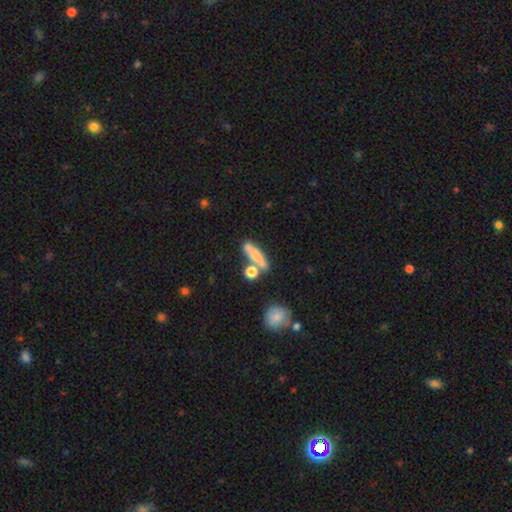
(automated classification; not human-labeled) The model was most divided on "how rounded": cigar-shaped: 56%, in between: 33%, round: 11%. More confident: smooth or featured — smooth (62%); merging — none (55%).